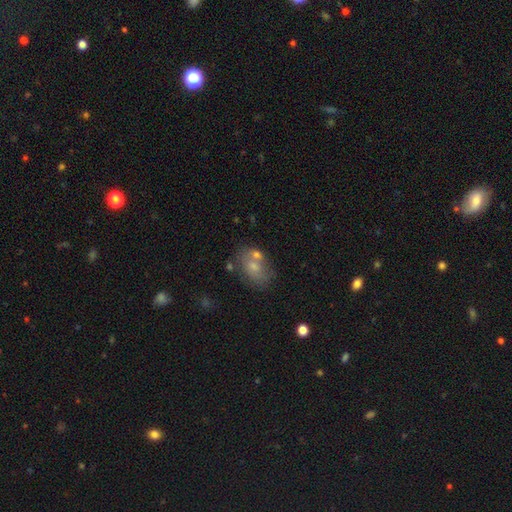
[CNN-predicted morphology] Overall: smooth (51%; featured or disk 28%). How rounded: in between (69%; round 29%). Merging: none (62%).